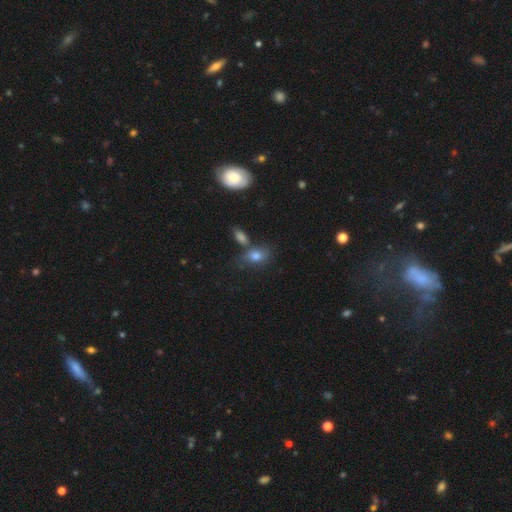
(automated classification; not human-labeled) Smooth or featured? smooth (73%)
How rounded? in between (77%)
Merging? none (52%)